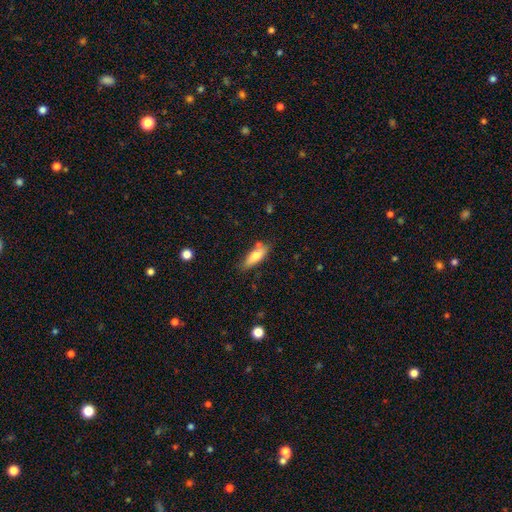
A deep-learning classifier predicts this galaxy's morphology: This is likely a smooth galaxy (76%). How rounded: possibly in between (58%). Merging: likely none (72%).